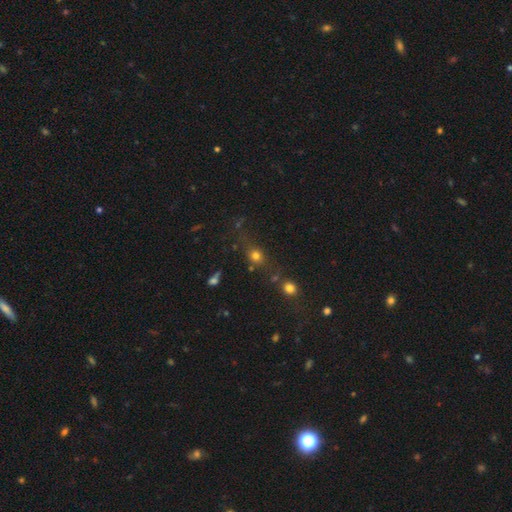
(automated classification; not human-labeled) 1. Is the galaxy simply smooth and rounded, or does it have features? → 72% smooth, 18% star or artifact, 10% featured or disk.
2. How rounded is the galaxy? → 63% round, 34% in between, 3% cigar-shaped.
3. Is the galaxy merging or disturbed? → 64% none, 16% minor disturbance, 11% merger, 9% major disturbance.